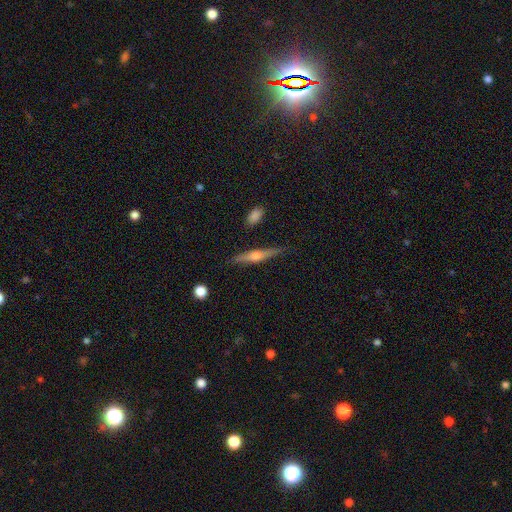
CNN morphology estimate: featured or disk 71%, smooth 22%, star or artifact 7%. Down the decision tree: edge-on disk — yes (97%); edge-on bulge — rounded (84%); merging — none (87%).